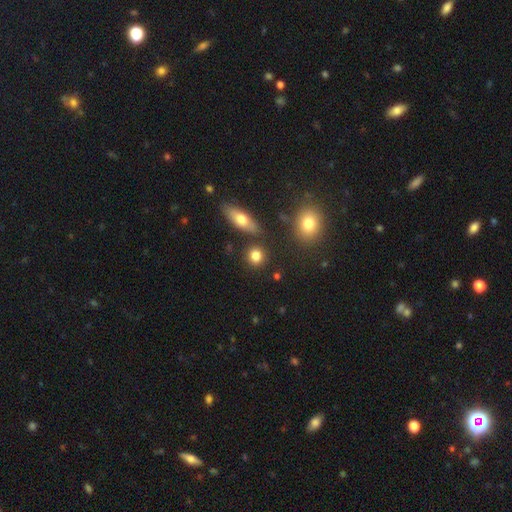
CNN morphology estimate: smooth 83%, star or artifact 10%, featured or disk 7%. Down the decision tree: how rounded — round (82%); merging — none (83%).